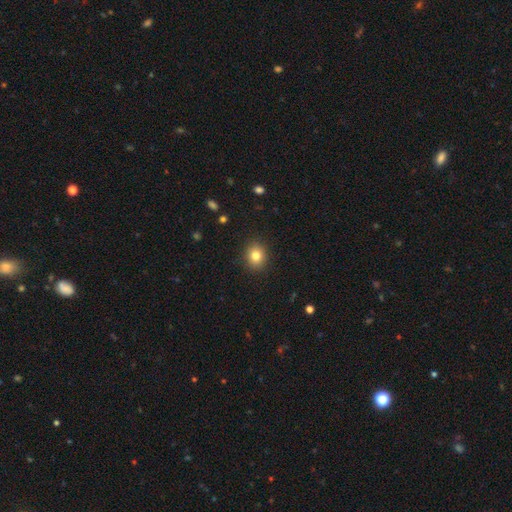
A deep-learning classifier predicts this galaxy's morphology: Smooth or featured?
  - smooth: 81% *
  - star or artifact: 11%
  - featured or disk: 8%
How rounded?
  - round: 69% *
  - in between: 30%
  - cigar-shaped: 1%
Merging?
  - none: 90% *
  - minor disturbance: 7%
  - major disturbance: 2%
  - merger: 1%